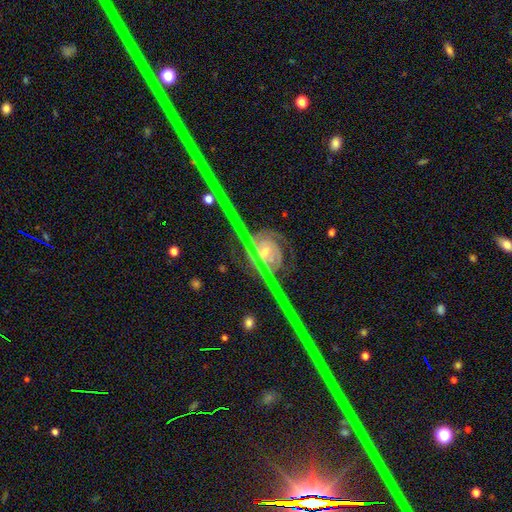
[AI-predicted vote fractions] A star or artifact, not a galaxy (58%).